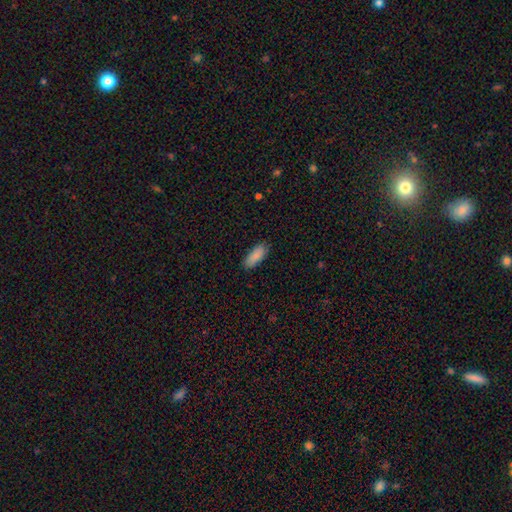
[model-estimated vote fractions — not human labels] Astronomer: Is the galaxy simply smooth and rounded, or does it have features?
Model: smooth — 89%.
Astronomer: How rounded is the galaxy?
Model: in between — 73%.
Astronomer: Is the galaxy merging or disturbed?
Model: none — 85%.